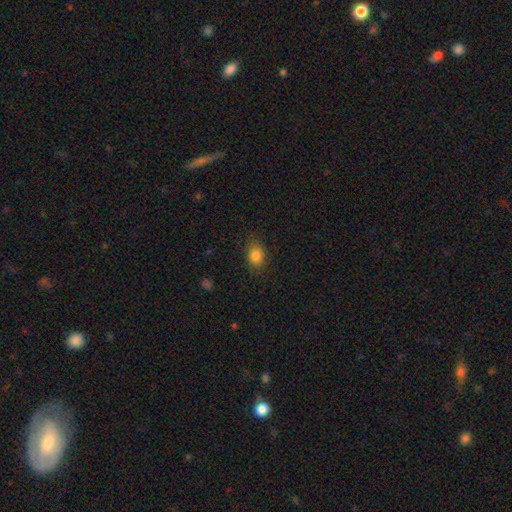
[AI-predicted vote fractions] smooth 84%, star or artifact 10%, featured or disk 6%. Down the decision tree: how rounded — in between (64%); merging — none (83%).